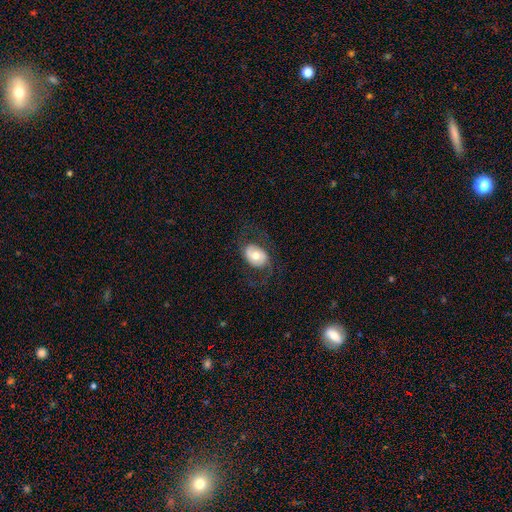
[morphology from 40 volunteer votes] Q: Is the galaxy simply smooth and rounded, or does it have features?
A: featured or disk — 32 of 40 (80%).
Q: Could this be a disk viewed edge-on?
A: no — 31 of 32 (97%).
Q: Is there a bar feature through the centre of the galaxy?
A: no — 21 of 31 (68%).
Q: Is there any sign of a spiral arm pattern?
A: yes — 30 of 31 (97%).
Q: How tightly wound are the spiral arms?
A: loose — 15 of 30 (50%).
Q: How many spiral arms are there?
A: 2 — 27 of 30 (90%).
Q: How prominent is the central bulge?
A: moderate — 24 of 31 (77%).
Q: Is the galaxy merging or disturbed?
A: none — 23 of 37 (62%).